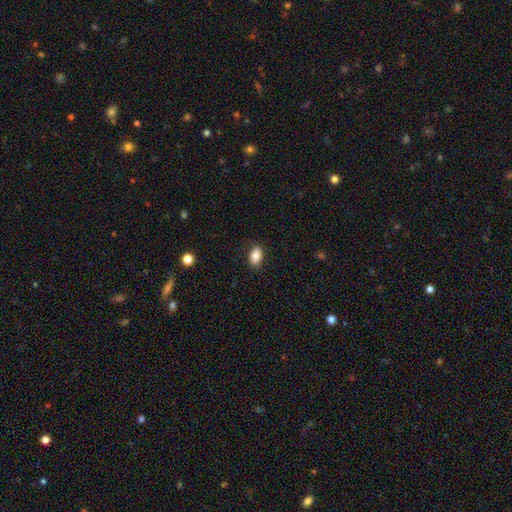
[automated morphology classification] Q: Smooth or featured?
A: smooth (82%); runner-up: featured or disk (9%)
Q: How rounded?
A: in between (88%); runner-up: round (10%)
Q: Merging?
A: none (84%); runner-up: minor disturbance (12%)